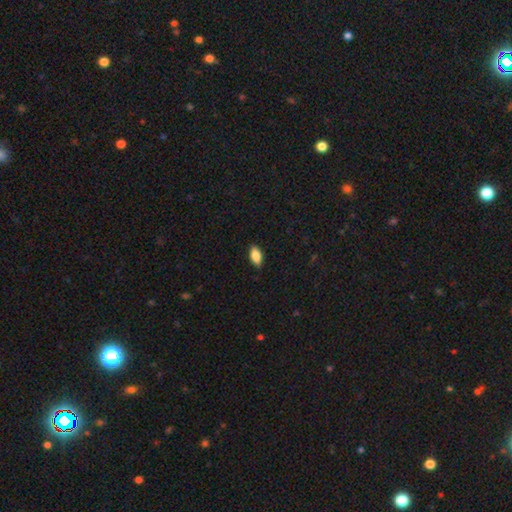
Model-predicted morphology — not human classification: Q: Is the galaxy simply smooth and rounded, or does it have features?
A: smooth — 84%.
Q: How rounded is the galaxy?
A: in between — 90%.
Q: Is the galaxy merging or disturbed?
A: none — 87%.